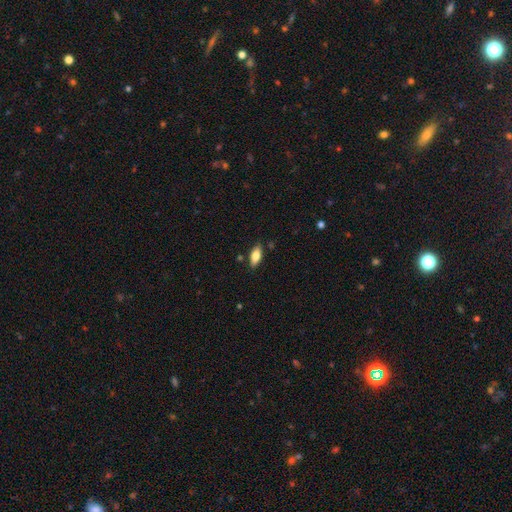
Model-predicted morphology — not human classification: Q: Smooth or featured?
A: smooth (76%); runner-up: featured or disk (17%)
Q: How rounded?
A: in between (84%); runner-up: cigar-shaped (14%)
Q: Merging?
A: none (85%); runner-up: minor disturbance (11%)